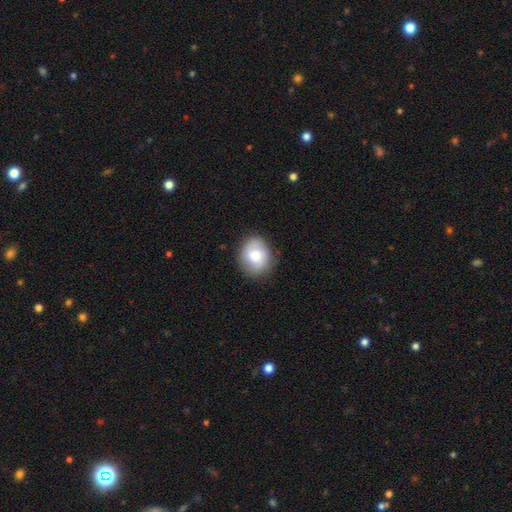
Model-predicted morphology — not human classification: This appears to be a smooth galaxy with no disk features (70%) that is round (63%). Merging: none (83%).